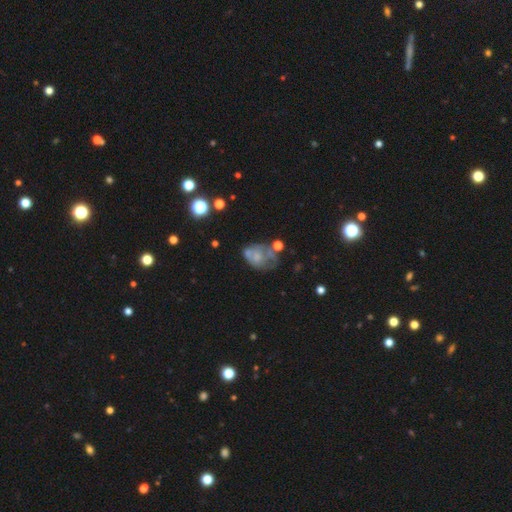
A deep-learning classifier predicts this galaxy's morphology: Smooth or featured: featured or disk — 45% (smooth — 42%)
Merging: major disturbance — 30% (none — 29%)